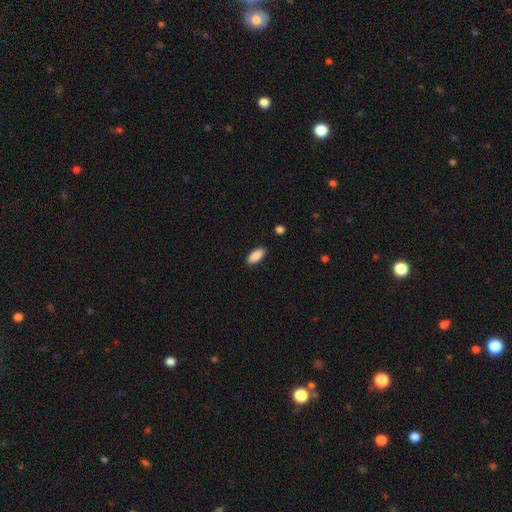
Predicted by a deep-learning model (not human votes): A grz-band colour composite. It shows a smooth galaxy with no disk features (90%) that is in between round and cigar-shaped (86%). Merging: none (88%).